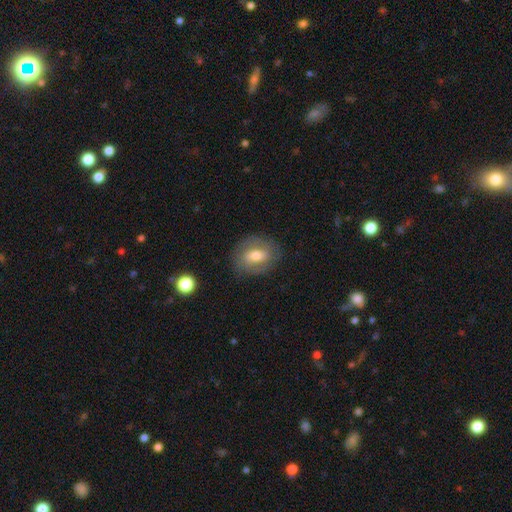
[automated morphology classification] Smooth or featured? smooth (49%)
Merging? none (79%)